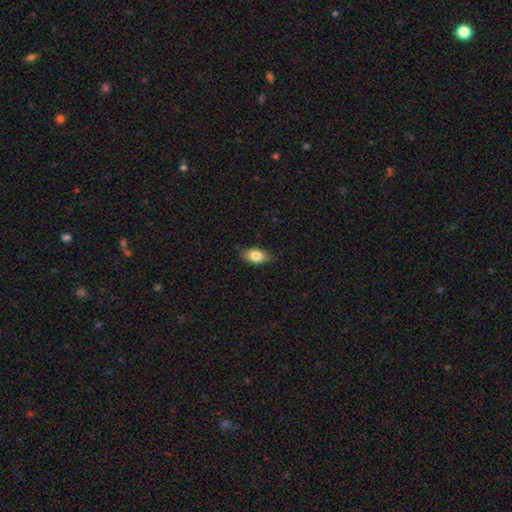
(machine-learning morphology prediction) smooth 82%, featured or disk 11%, star or artifact 7%. Down the decision tree: how rounded — in between (90%); merging — none (85%).